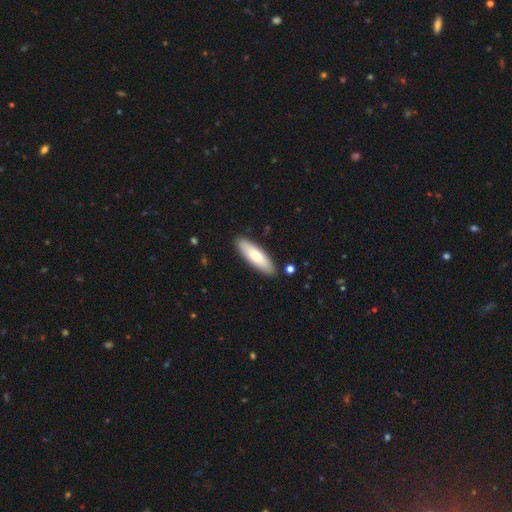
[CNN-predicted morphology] This appears to be a smooth galaxy with no disk features (70%) that is in between round and cigar-shaped (58%). Merging: none (88%).